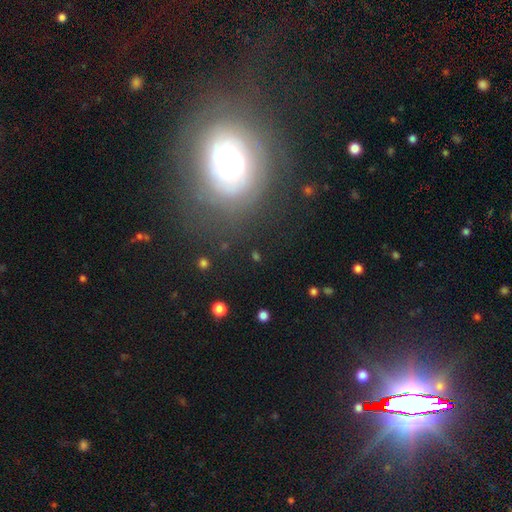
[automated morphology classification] A smooth galaxy with no disk features (40%). Merging: none (72%).